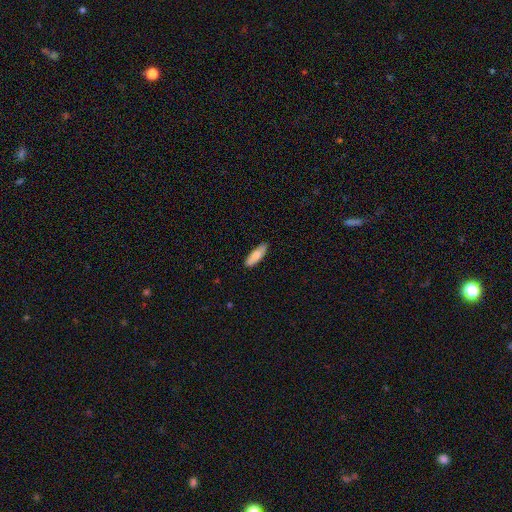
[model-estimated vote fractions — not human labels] Smooth or featured: smooth — 85% (featured or disk — 9%)
How rounded: in between — 57% (cigar-shaped — 42%)
Merging: none — 82% (minor disturbance — 15%)